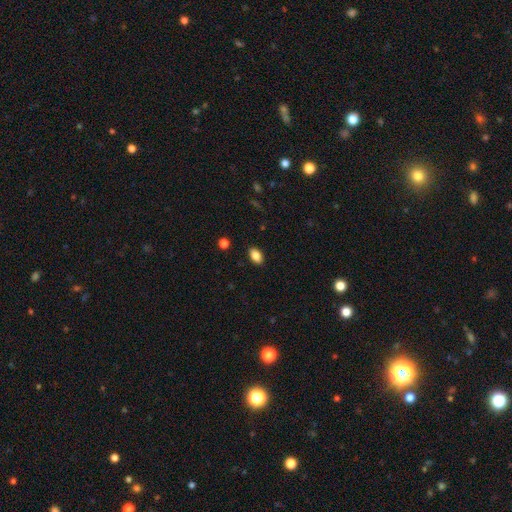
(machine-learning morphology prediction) Q: Smooth or featured?
A: smooth (86%); runner-up: star or artifact (9%)
Q: How rounded?
A: in between (90%); runner-up: round (9%)
Q: Merging?
A: none (88%); runner-up: minor disturbance (8%)